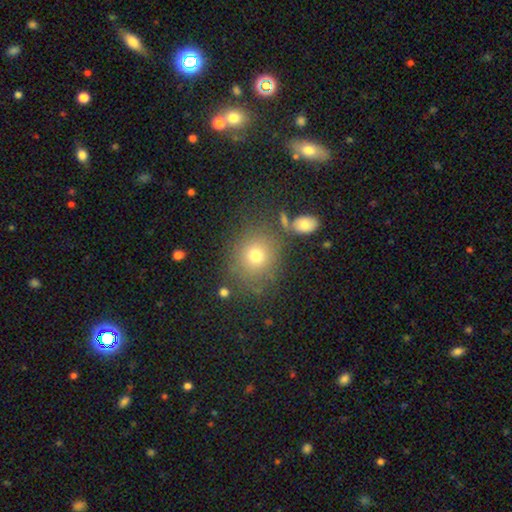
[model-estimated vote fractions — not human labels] Smooth or featured? smooth (73%)
How rounded? round (76%)
Merging? none (78%)